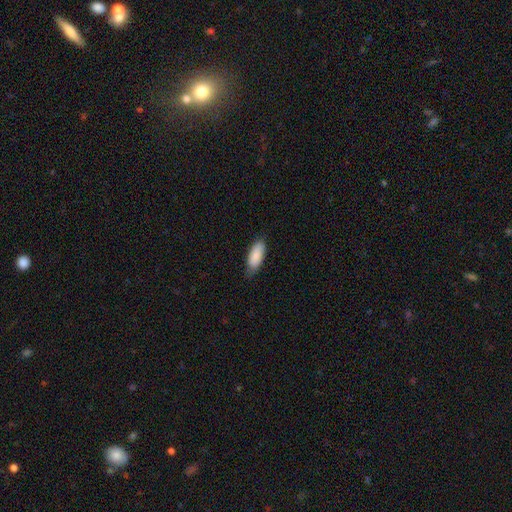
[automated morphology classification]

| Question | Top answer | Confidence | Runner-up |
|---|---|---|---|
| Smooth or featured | smooth | 88% | featured or disk (6%) |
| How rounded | in between | 83% | cigar-shaped (15%) |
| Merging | none | 72% | minor disturbance (23%) |